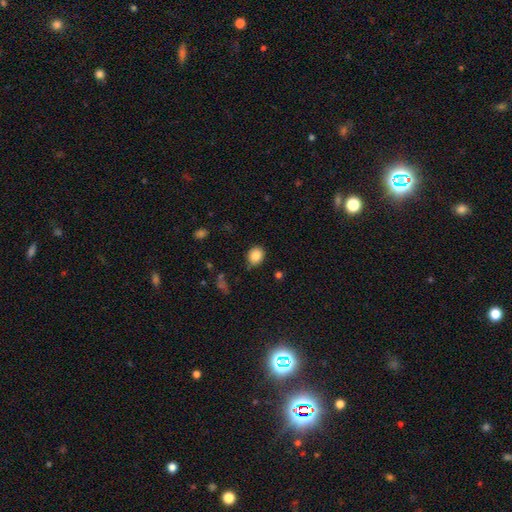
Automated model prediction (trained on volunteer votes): This appears to be a smooth galaxy with no disk features (87%) that is round (55%). Merging: none (81%).